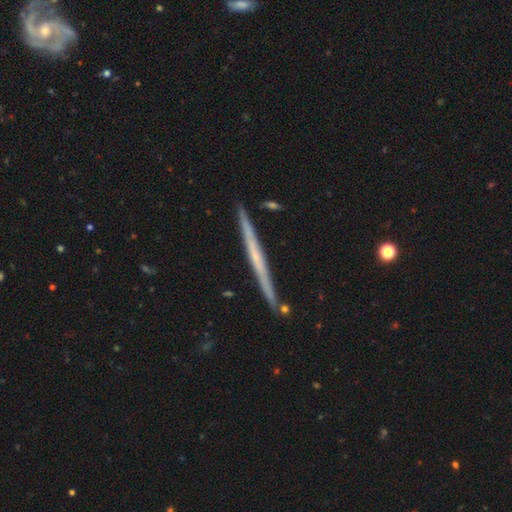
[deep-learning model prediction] smooth_or_featured: featured or disk (p=0.63) [alt: smooth p=0.31]
disk_edge_on: yes (p=0.98) [alt: no p=0.02]
edge_on_bulge: none (p=0.83) [alt: rounded p=0.13]
merging: none (p=0.90) [alt: minor disturbance p=0.07]